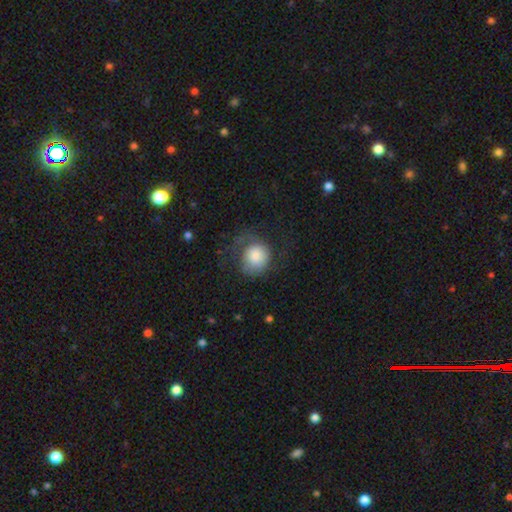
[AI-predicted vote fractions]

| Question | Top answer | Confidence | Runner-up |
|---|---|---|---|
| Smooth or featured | smooth | 63% | featured or disk (29%) |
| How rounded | round | 80% | in between (19%) |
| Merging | none | 46% | major disturbance (29%) |